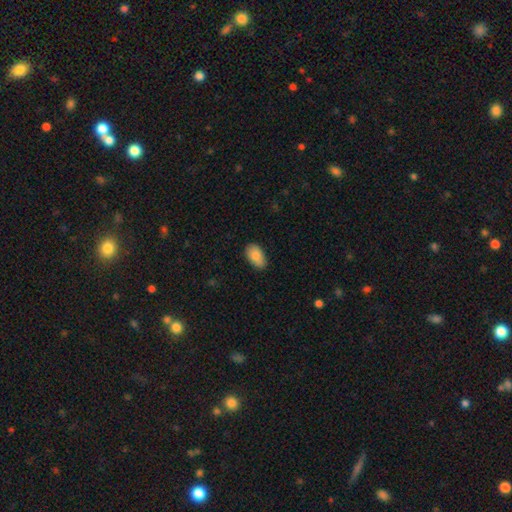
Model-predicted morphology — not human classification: Smooth or featured: smooth — 85% (featured or disk — 8%)
How rounded: in between — 94% (round — 4%)
Merging: none — 78% (minor disturbance — 18%)